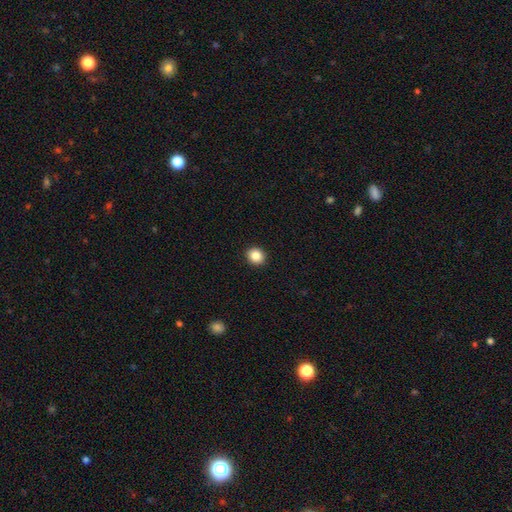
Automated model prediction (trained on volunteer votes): Smooth or featured? Predicted: smooth (p=0.85). How rounded? Predicted: round (p=0.83). Merging? Predicted: none (p=0.93).